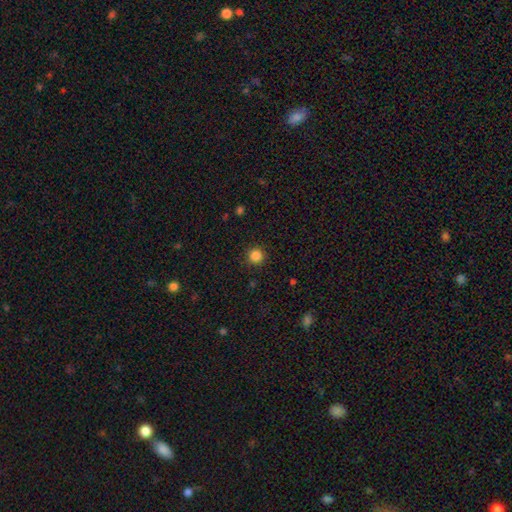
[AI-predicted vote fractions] This is clearly a smooth galaxy (85%). How rounded: clearly round (95%). Merging: clearly none (91%).